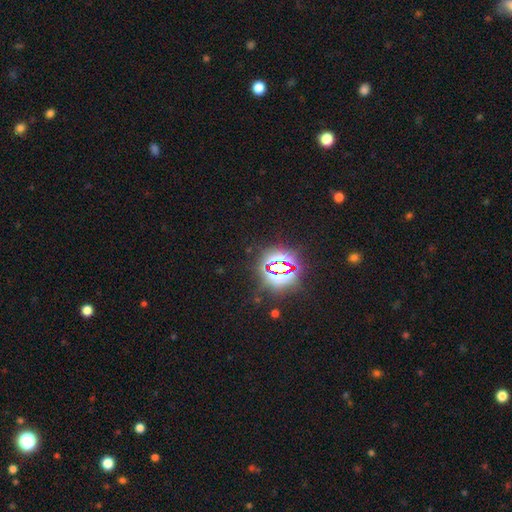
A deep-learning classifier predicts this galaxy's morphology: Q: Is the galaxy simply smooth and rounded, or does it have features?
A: star or artifact — 83%.